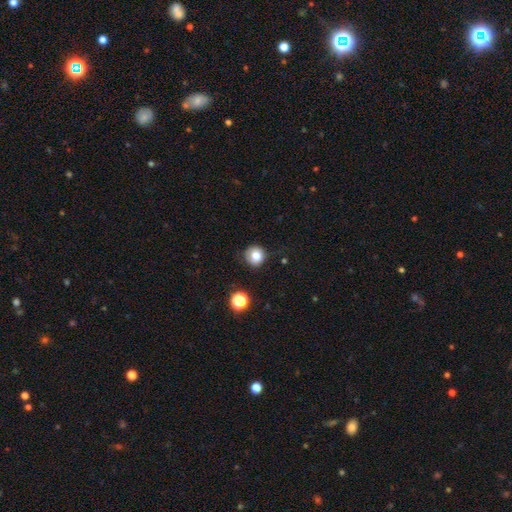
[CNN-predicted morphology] smooth-or-featured: smooth: 78% | star or artifact: 12% | featured or disk: 10%
  how-rounded: round: 92% | in between: 7% | cigar-shaped: 1%
  merging: none: 83% | minor disturbance: 12% | major disturbance: 3% | merger: 2%